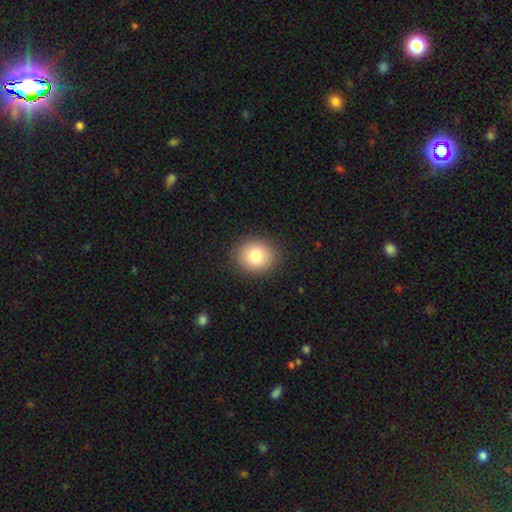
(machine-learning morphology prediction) This is clearly a smooth galaxy (81%). How rounded: likely round (71%). Merging: clearly none (90%).